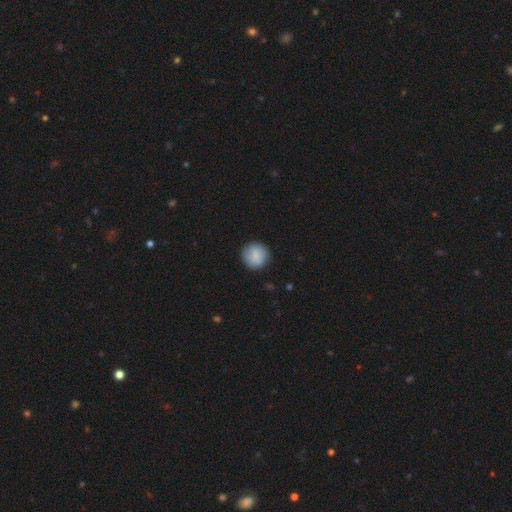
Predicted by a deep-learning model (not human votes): Smooth or featured?
  - smooth: 85% *
  - featured or disk: 8%
  - star or artifact: 7%
How rounded?
  - round: 94% *
  - in between: 5%
  - cigar-shaped: 1%
Merging?
  - none: 86% *
  - minor disturbance: 10%
  - major disturbance: 2%
  - merger: 1%